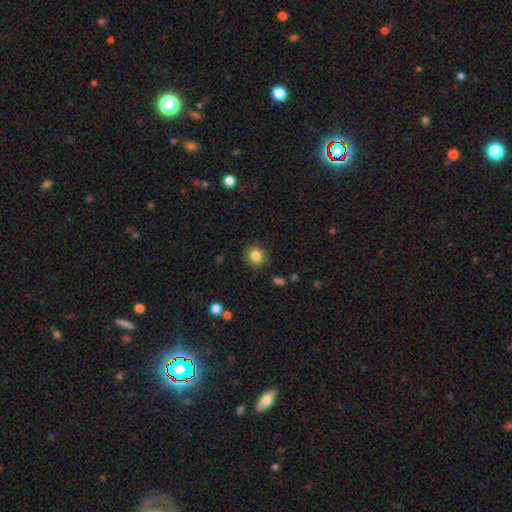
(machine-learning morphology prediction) The model was most divided on "how rounded": round: 80%, in between: 19%, cigar-shaped: 1%. More confident: merging — none (87%); smooth or featured — smooth (84%).